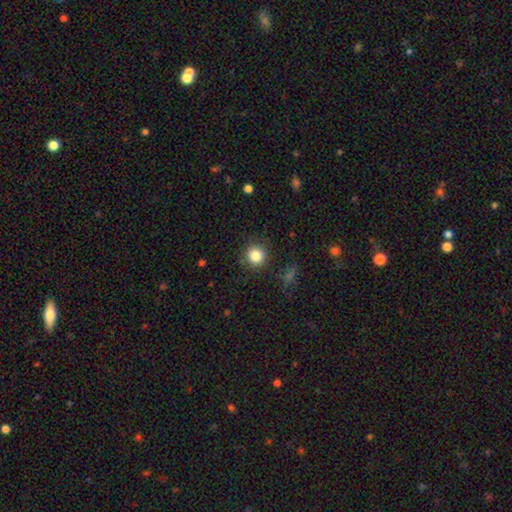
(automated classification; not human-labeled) Smooth or featured?
  - smooth: 84% *
  - star or artifact: 11%
  - featured or disk: 5%
How rounded?
  - round: 93% *
  - in between: 6%
  - cigar-shaped: 1%
Merging?
  - none: 88% *
  - minor disturbance: 8%
  - major disturbance: 3%
  - merger: 1%